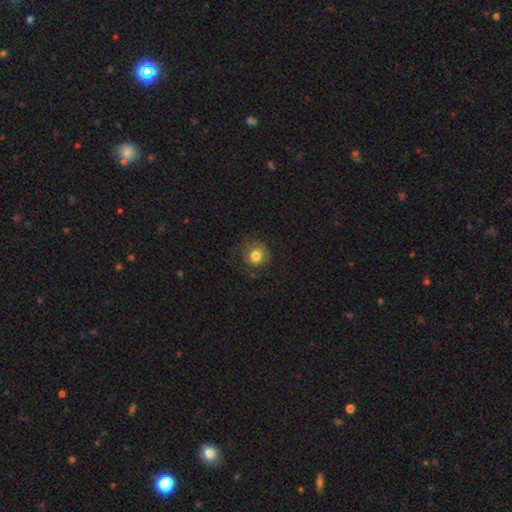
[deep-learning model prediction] Smooth or featured: smooth — 79% (featured or disk — 11%)
How rounded: round — 89% (in between — 10%)
Merging: none — 70% (minor disturbance — 19%)